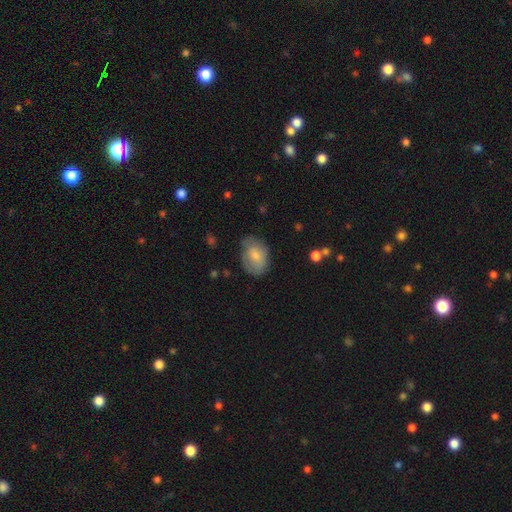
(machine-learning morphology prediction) A smooth galaxy with no disk features (70%) that is in between round and cigar-shaped (77%).

Vote fractions:
- Smooth or featured? smooth: 70% / featured or disk: 22% / star or artifact: 7%
- How rounded? in between: 77% / round: 22% / cigar-shaped: 1%
- Merging? none: 59% / minor disturbance: 29% / major disturbance: 10% / merger: 2%